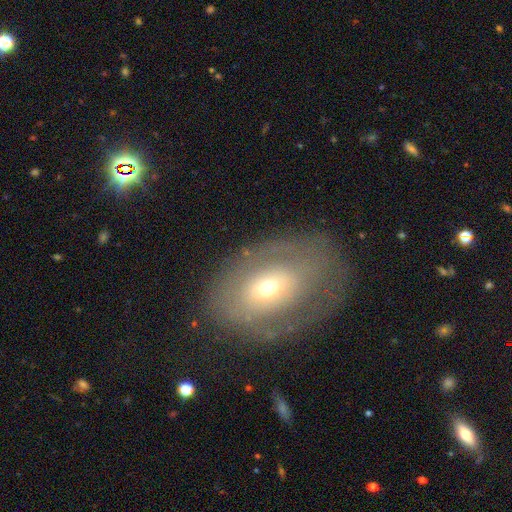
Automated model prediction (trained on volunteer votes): A featured or disk galaxy (62%) with no bar (56%), no spiral arms (54%) and a moderate central bulge (52%). Merging: none (72%).